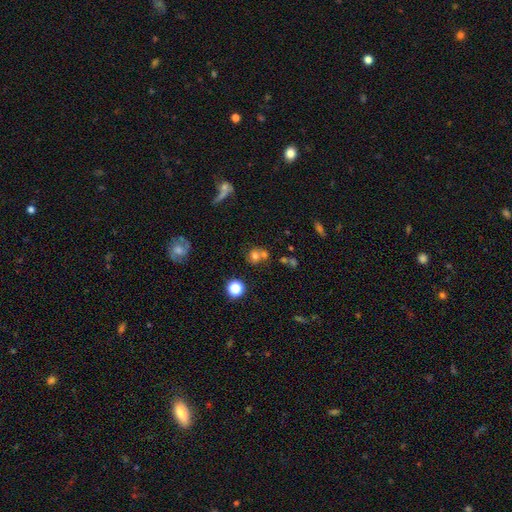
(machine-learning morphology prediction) smooth-or-featured: smooth: 68% | star or artifact: 18% | featured or disk: 15%
  how-rounded: round: 82% | in between: 16% | cigar-shaped: 1%
  merging: none: 47% | merger: 40% | minor disturbance: 9% | major disturbance: 5%